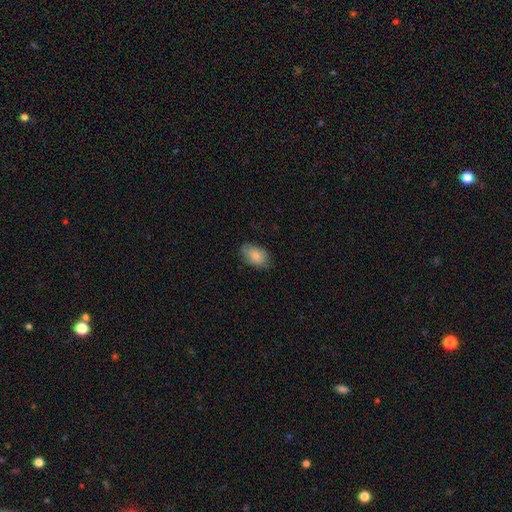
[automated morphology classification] smooth_or_featured: smooth (p=0.79) [alt: featured or disk p=0.14]
how_rounded: in between (p=0.89) [alt: round p=0.10]
merging: none (p=0.71) [alt: minor disturbance p=0.23]